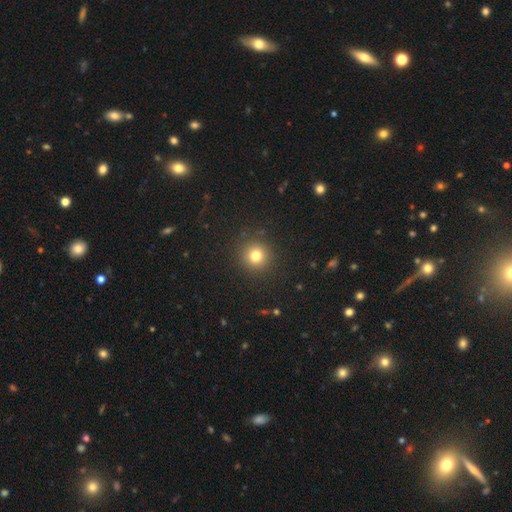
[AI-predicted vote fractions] smooth 78%, star or artifact 15%, featured or disk 7%. Down the decision tree: how rounded — round (94%); merging — none (90%).